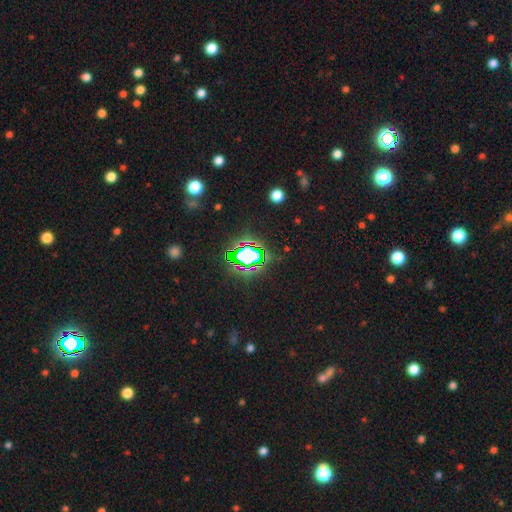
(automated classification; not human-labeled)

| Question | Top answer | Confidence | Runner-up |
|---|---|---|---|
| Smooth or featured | star or artifact | 76% | smooth (15%) |